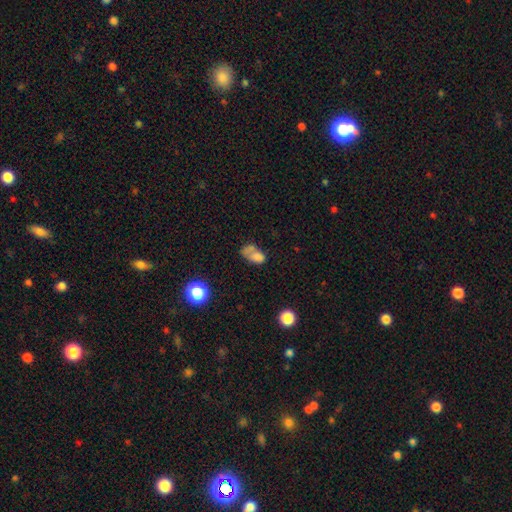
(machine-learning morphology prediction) Q: Smooth or featured?
A: smooth (67%); runner-up: featured or disk (20%)
Q: How rounded?
A: in between (84%); runner-up: round (14%)
Q: Merging?
A: none (28%); runner-up: merger (26%)